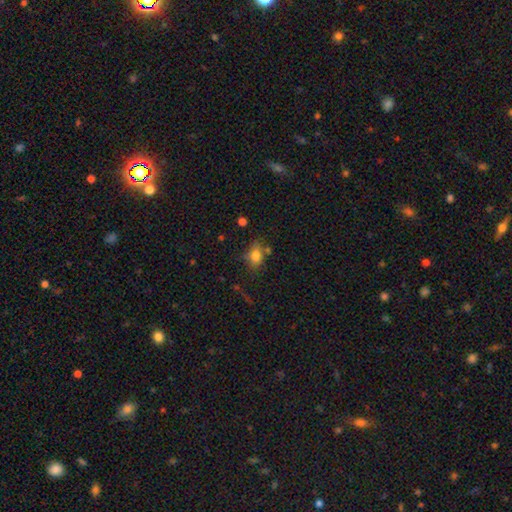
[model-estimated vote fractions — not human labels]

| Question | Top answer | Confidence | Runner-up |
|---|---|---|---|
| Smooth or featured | smooth | 78% | star or artifact (12%) |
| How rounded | in between | 65% | round (32%) |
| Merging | none | 61% | minor disturbance (21%) |